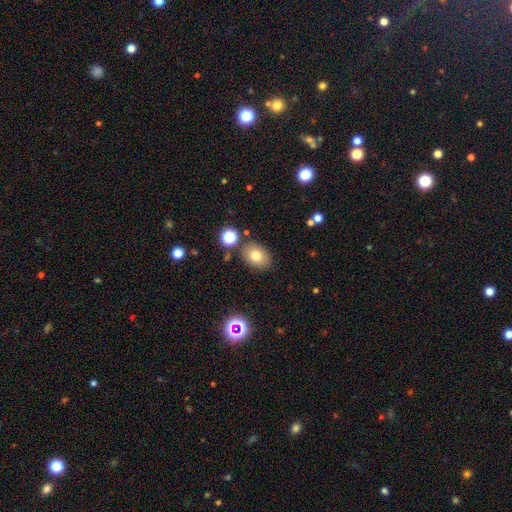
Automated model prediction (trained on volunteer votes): A smooth galaxy with no disk features (77%) that is in between round and cigar-shaped (75%). Merging: none (82%).